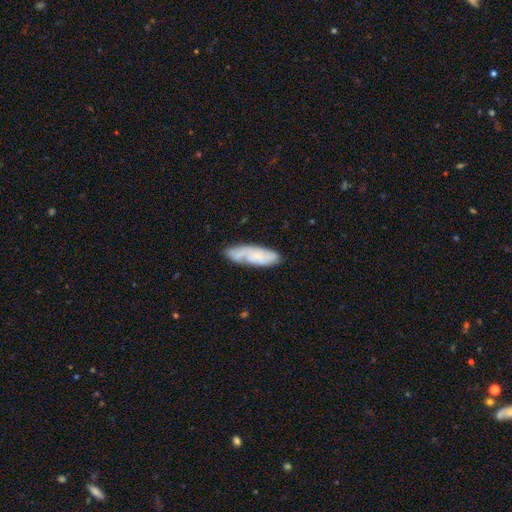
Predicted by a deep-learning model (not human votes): The model was most divided on "smooth or featured": smooth: 49%, featured or disk: 44%, star or artifact: 7%. More confident: merging — none (67%).